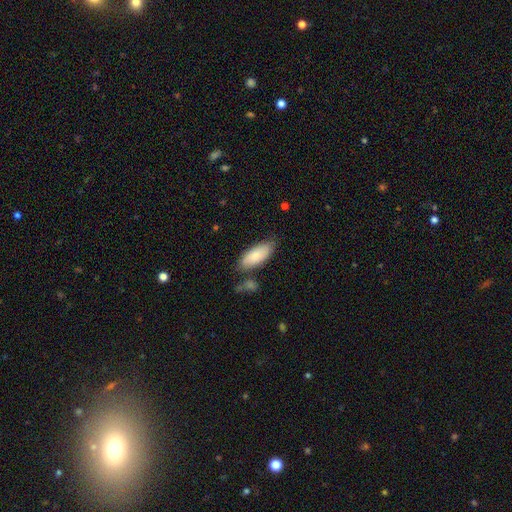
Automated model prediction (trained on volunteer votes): A smooth galaxy with no disk features (78%) that is in between round and cigar-shaped (84%). Merging: none (72%).